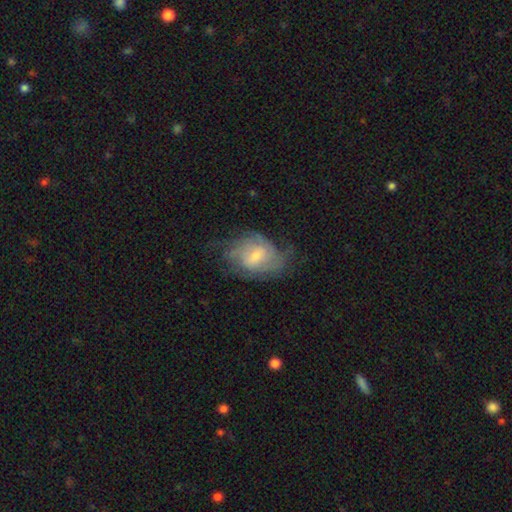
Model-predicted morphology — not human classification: featured or disk 67%, smooth 25%, star or artifact 7%. Down the decision tree: edge-on disk — no (96%); bar — weak (52%); spiral arms — yes (81%); spiral arm count — can't tell (42%); spiral winding — medium (42%); bulge size — small (52%); merging — none (51%).